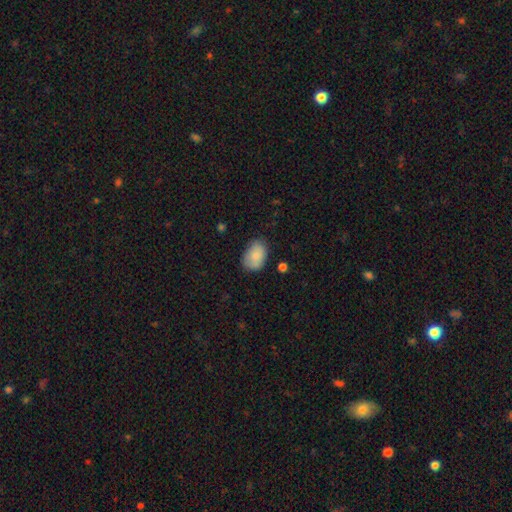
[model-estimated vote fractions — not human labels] smooth 83%, featured or disk 10%, star or artifact 7%. Down the decision tree: how rounded — in between (83%); merging — none (69%).